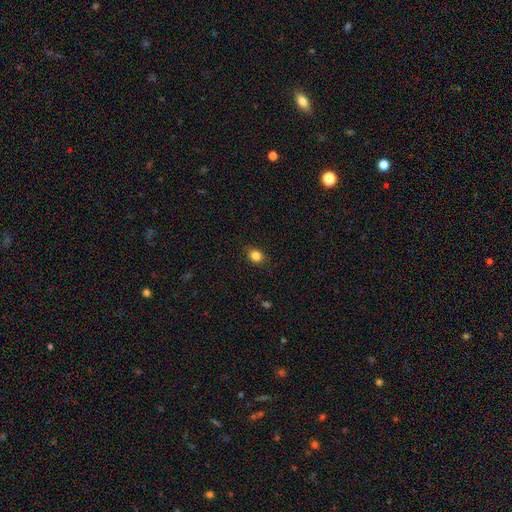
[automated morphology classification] type=smooth (84%); roundness=round (54%); merging=none (88%).